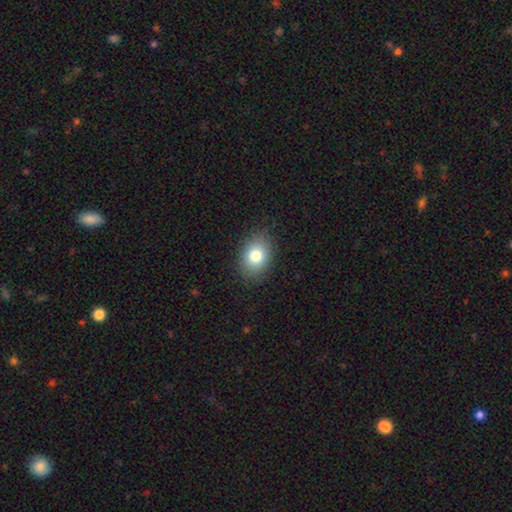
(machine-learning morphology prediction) Smooth or featured? smooth (79%)
How rounded? in between (73%)
Merging? none (86%)